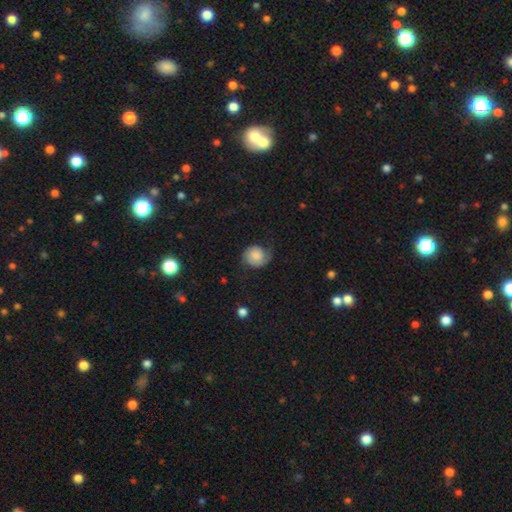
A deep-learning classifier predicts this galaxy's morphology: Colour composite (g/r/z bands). It shows a featured or disk galaxy (48%). Merging: none (58%).